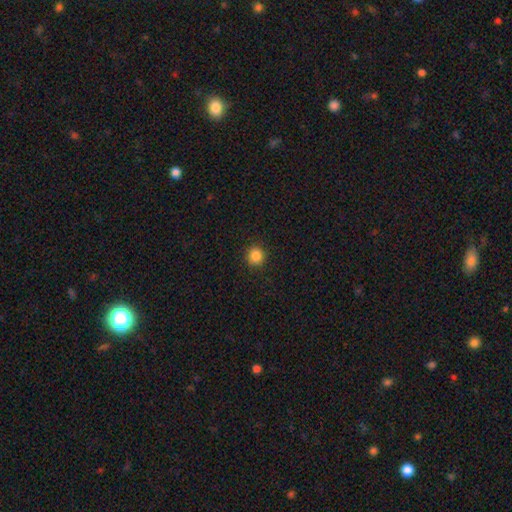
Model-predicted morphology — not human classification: Overall: smooth (85%). How rounded: round (93%). Merging: none (92%).